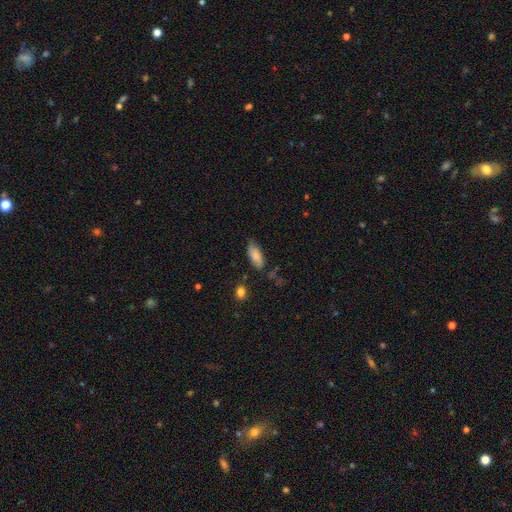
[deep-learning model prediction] Morphology: type=smooth (84%); roundness=in between (83%); merging=none (75%).